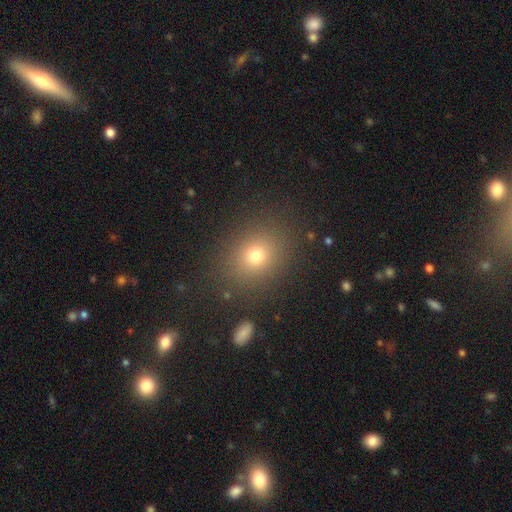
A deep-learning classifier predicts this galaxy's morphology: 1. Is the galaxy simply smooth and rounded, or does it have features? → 72% smooth, 18% star or artifact, 10% featured or disk.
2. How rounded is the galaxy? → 61% round, 38% in between, 1% cigar-shaped.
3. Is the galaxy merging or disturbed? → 85% none, 9% minor disturbance, 4% major disturbance, 2% merger.